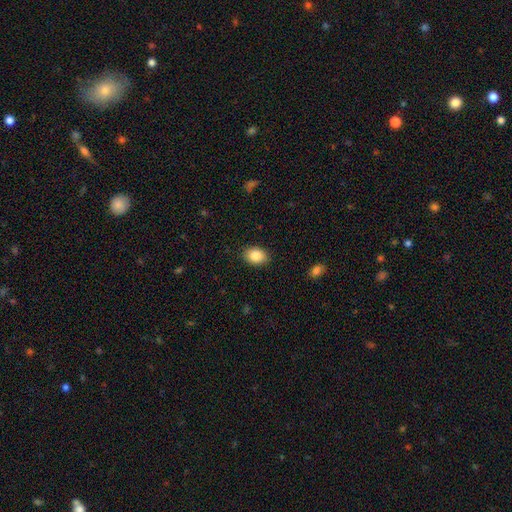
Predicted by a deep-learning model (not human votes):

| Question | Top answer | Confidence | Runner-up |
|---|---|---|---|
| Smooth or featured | smooth | 85% | star or artifact (8%) |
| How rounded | in between | 78% | round (21%) |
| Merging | none | 89% | minor disturbance (8%) |